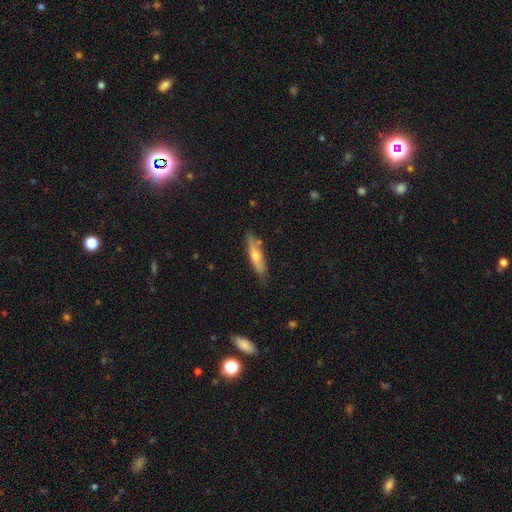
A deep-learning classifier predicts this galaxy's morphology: Q: Smooth or featured?
A: featured or disk (50%); runner-up: smooth (43%)
Q: Merging?
A: none (82%); runner-up: minor disturbance (13%)